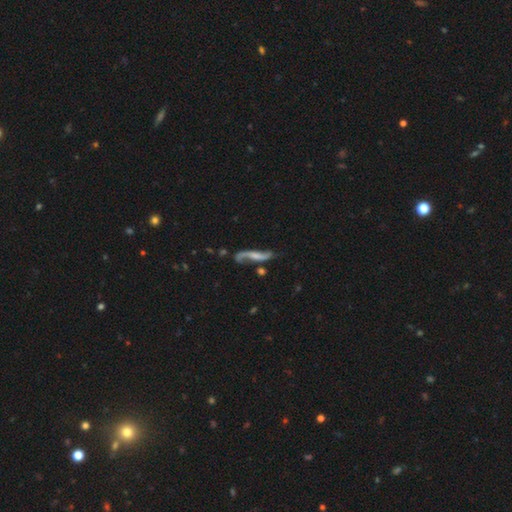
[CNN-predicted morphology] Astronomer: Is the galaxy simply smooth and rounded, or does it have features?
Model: featured or disk — 74%.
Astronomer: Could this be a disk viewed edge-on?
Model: no — 80%.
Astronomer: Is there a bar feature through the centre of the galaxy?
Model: no — 50% (runner-up: weak, 33%).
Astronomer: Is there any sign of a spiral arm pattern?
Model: yes — 90%.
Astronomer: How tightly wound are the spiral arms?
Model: loose — 87%.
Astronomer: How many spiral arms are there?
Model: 2 — 84%.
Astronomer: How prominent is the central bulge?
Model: small — 40% (runner-up: none, 34%).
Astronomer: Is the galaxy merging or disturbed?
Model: none — 55%.